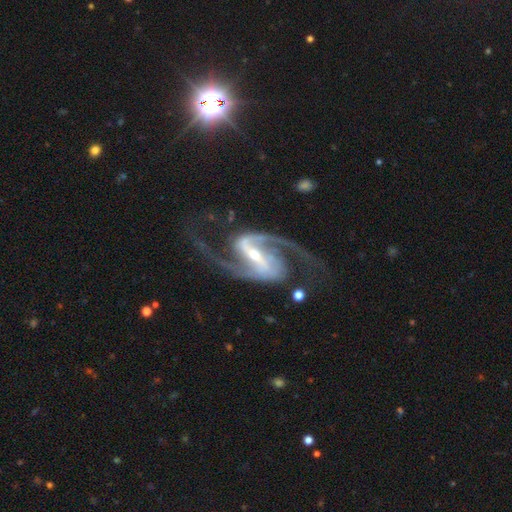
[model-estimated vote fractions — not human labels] A featured or disk galaxy (94%) with a strong bar (69%), 2 (93%) medium (54%) spiral arms (99%) and a small central bulge (58%). Merging: none (74%).